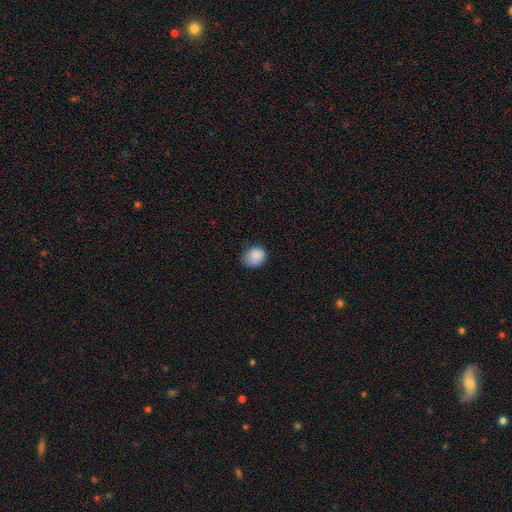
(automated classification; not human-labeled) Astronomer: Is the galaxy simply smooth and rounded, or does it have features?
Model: smooth — 88%.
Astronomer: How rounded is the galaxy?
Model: round — 61% (runner-up: in between, 38%).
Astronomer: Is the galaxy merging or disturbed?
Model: none — 67%.